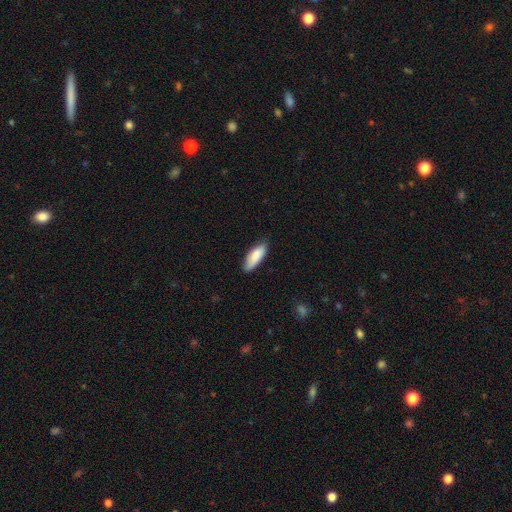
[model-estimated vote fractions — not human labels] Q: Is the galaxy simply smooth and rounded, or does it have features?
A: smooth — 83%.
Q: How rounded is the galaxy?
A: in between — 65%.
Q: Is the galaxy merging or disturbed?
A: none — 75%.